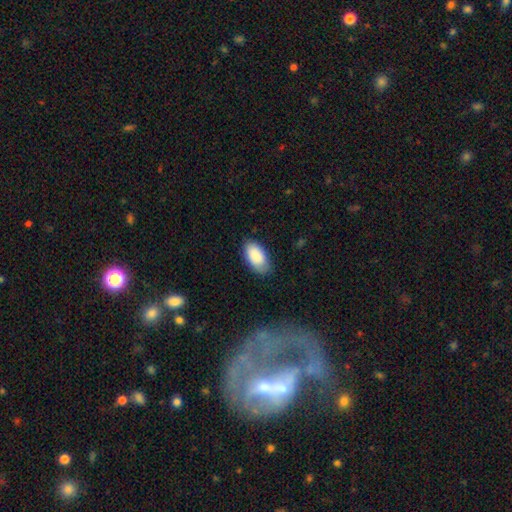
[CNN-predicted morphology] Smooth or featured?
  - smooth: 88% *
  - star or artifact: 6%
  - featured or disk: 6%
How rounded?
  - in between: 95% *
  - round: 3%
  - cigar-shaped: 2%
Merging?
  - none: 79% *
  - minor disturbance: 16%
  - major disturbance: 3%
  - merger: 1%